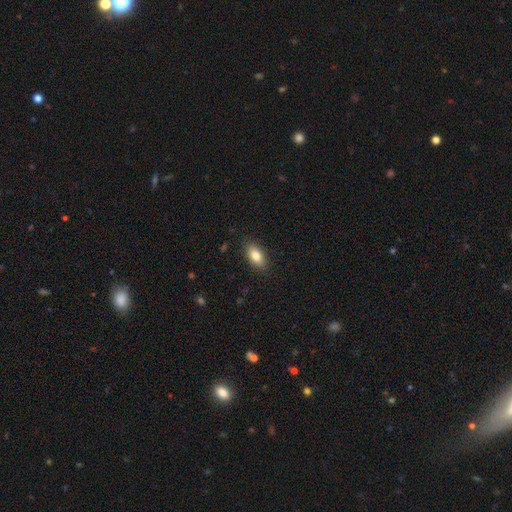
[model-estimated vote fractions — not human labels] smooth_or_featured: smooth (p=0.80) [alt: featured or disk p=0.13]
how_rounded: in between (p=0.88) [alt: cigar-shaped p=0.08]
merging: none (p=0.87) [alt: minor disturbance p=0.10]